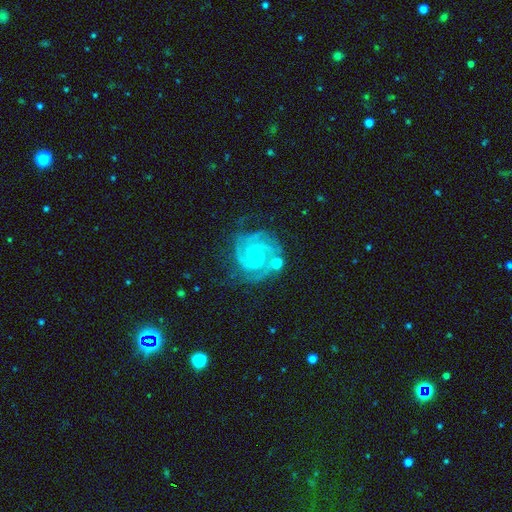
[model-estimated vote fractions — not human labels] featured or disk 91%, star or artifact 5%, smooth 4%. Down the decision tree: edge-on disk — no (98%); bar — no (72%); spiral arms — yes (98%); spiral arm count — 3 (37%); spiral winding — tight (74%); bulge size — small (82%); merging — none (67%).